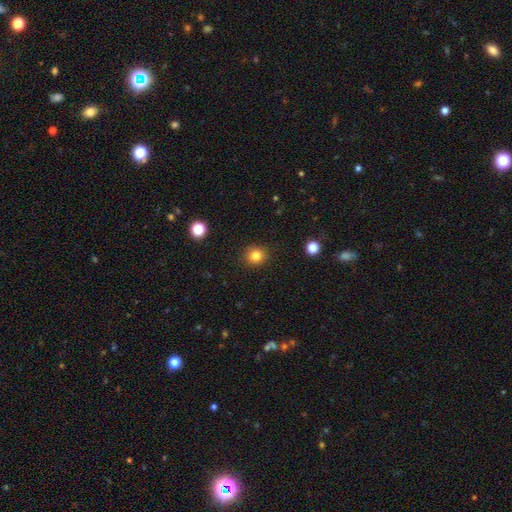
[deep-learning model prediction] smooth 83%, star or artifact 12%, featured or disk 5%. Down the decision tree: how rounded — round (87%); merging — none (90%).